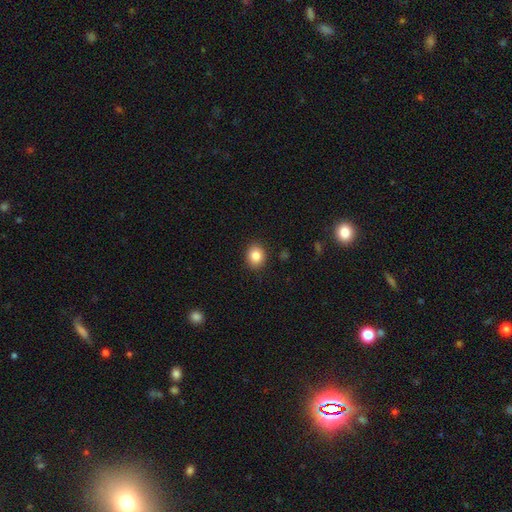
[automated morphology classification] Q: Smooth or featured?
A: smooth (84%); runner-up: star or artifact (10%)
Q: How rounded?
A: round (63%); runner-up: in between (36%)
Q: Merging?
A: none (89%); runner-up: minor disturbance (8%)